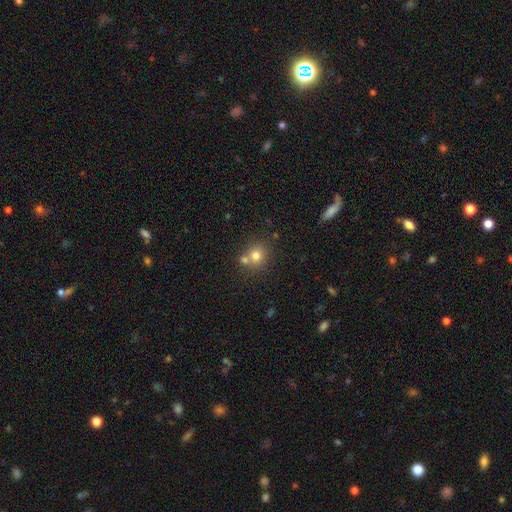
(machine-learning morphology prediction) Overall: smooth (75%). How rounded: round (83%). Merging: none (54%; merger 35%).